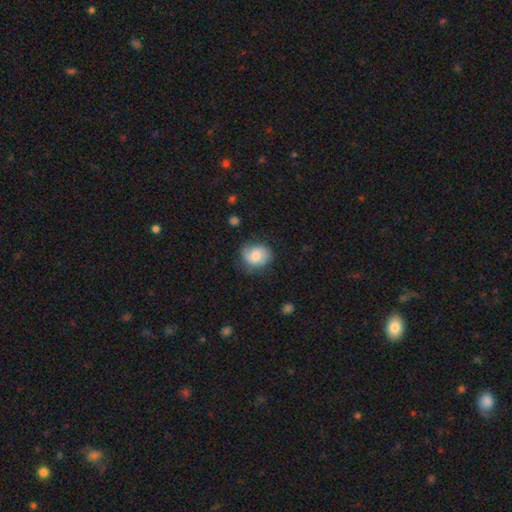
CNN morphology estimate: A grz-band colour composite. It shows a smooth galaxy with no disk features (60%) that is round (62%). Merging: none (68%).